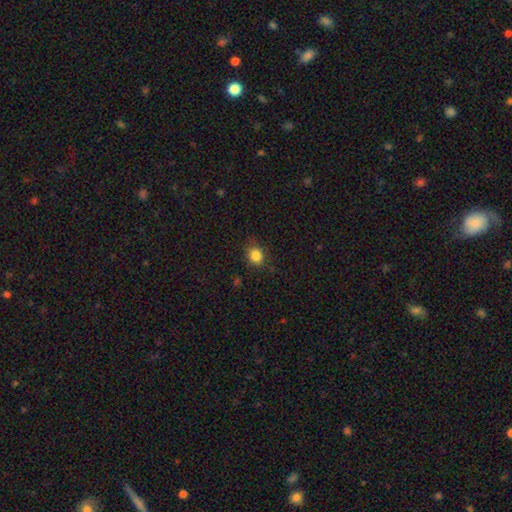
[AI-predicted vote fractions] Smooth or featured?
  - smooth: 85% *
  - star or artifact: 11%
  - featured or disk: 5%
How rounded?
  - round: 69% *
  - in between: 30%
  - cigar-shaped: 1%
Merging?
  - none: 82% *
  - minor disturbance: 13%
  - major disturbance: 3%
  - merger: 1%